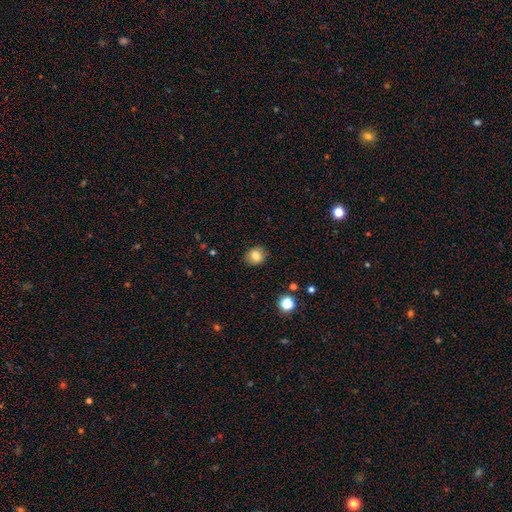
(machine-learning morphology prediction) Overall: smooth (81%). How rounded: round (67%; in between 32%). Merging: none (86%).